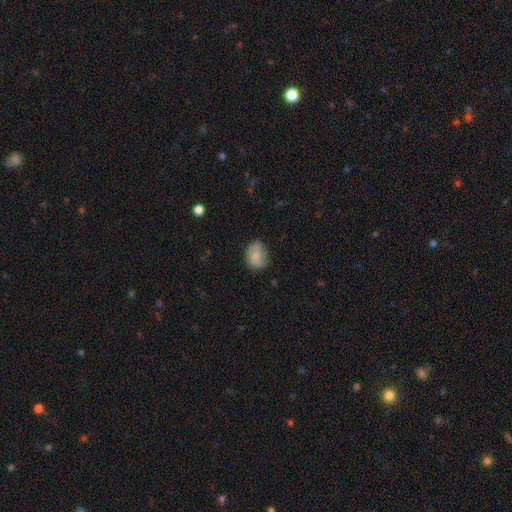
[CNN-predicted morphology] smooth-or-featured: smooth: 71% | featured or disk: 20% | star or artifact: 9%
  how-rounded: in between: 53% | round: 46% | cigar-shaped: 1%
  merging: none: 66% | minor disturbance: 24% | major disturbance: 8% | merger: 1%